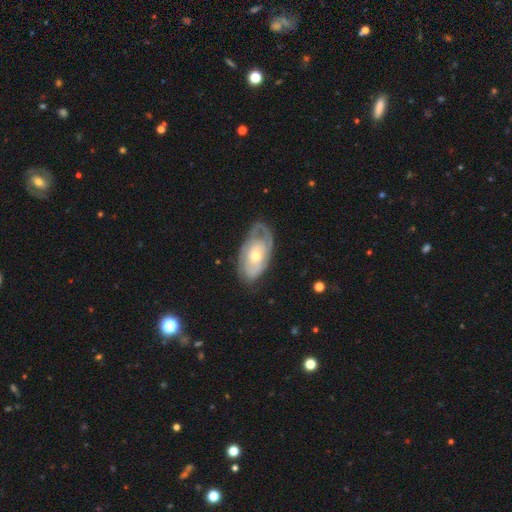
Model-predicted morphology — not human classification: The model was most divided on "bulge size": small: 51%, moderate: 45%, large: 3%, none: 1%, dominant: 1%. More confident: edge-on disk — no (93%); bar — no (79%); spiral arms — yes (70%); smooth or featured — featured or disk (68%); merging — none (57%).